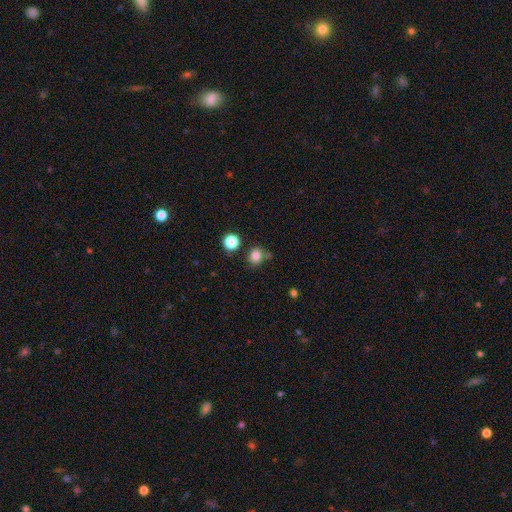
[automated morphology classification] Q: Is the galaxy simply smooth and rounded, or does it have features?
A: smooth — 81%.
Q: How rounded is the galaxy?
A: round — 71%.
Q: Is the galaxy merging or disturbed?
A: none — 65%.